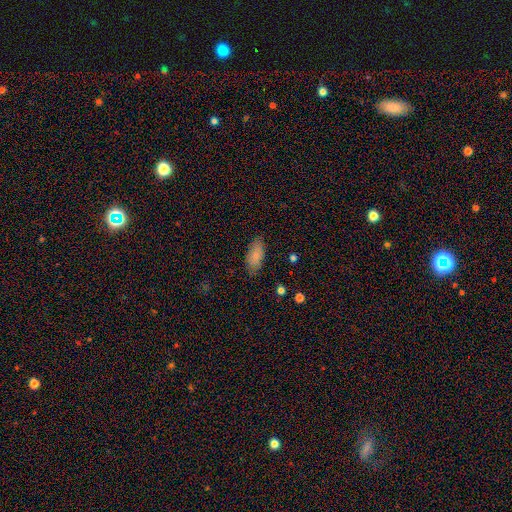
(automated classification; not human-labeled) Q: Smooth or featured?
A: smooth (79%); runner-up: featured or disk (14%)
Q: How rounded?
A: in between (90%); runner-up: cigar-shaped (8%)
Q: Merging?
A: none (81%); runner-up: minor disturbance (15%)